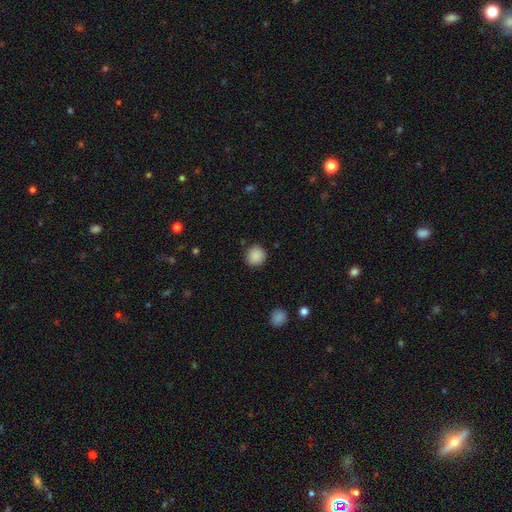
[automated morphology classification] Smooth or featured? smooth (88%)
How rounded? round (91%)
Merging? none (88%)